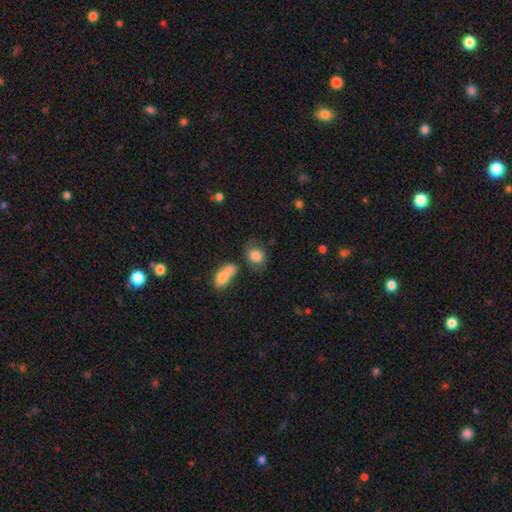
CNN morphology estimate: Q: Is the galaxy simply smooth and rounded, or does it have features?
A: smooth — 79%.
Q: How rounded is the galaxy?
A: in between — 56%.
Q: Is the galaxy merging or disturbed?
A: none — 50%.